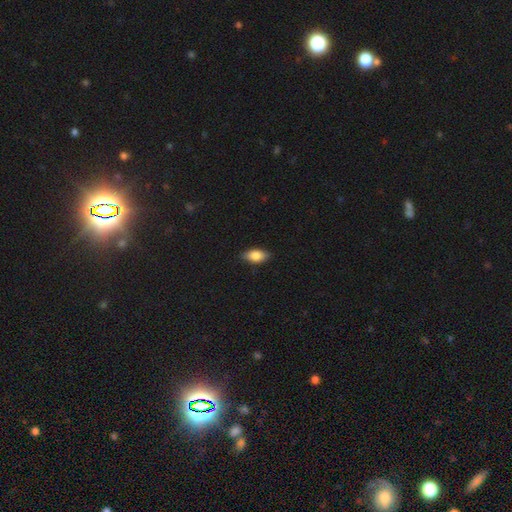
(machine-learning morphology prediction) smooth-or-featured: smooth: 80% | featured or disk: 13% | star or artifact: 7%
  how-rounded: in between: 88% | cigar-shaped: 7% | round: 4%
  merging: none: 86% | minor disturbance: 11% | major disturbance: 2% | merger: 1%